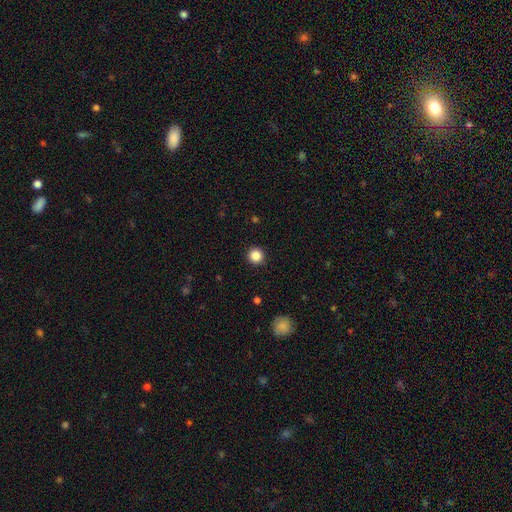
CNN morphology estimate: type=smooth (86%); roundness=round (95%); merging=none (93%).